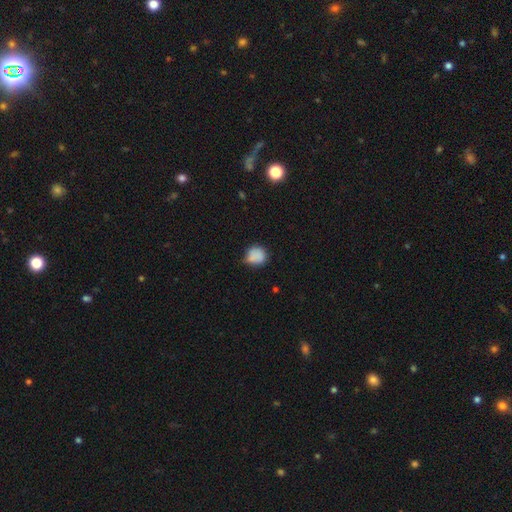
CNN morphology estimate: A smooth galaxy with no disk features (83%) that is round (81%).

Vote fractions:
- Smooth or featured? smooth: 83% / star or artifact: 9% / featured or disk: 8%
- How rounded? round: 81% / in between: 18% / cigar-shaped: 1%
- Merging? none: 57% / minor disturbance: 33% / major disturbance: 7% / merger: 4%